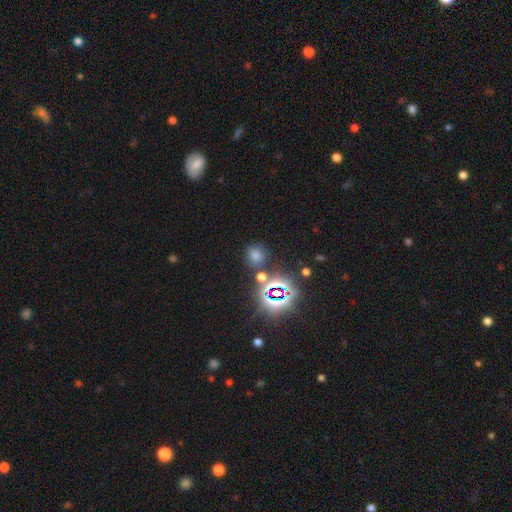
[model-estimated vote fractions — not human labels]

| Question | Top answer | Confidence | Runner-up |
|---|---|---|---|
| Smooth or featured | smooth | 50% | star or artifact (43%) |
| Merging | none | 79% | minor disturbance (9%) |